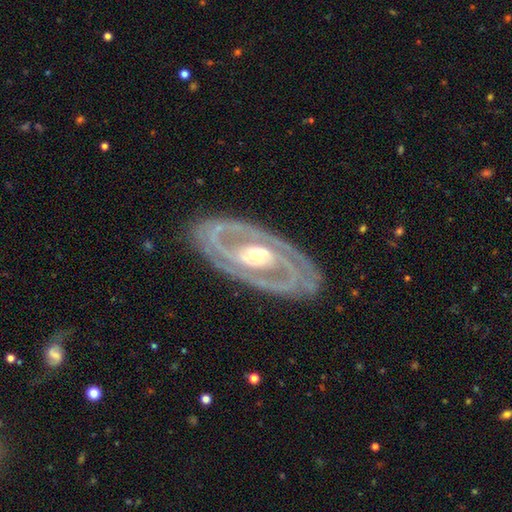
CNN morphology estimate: Q: Smooth or featured?
A: featured or disk (91%); runner-up: smooth (4%)
Q: Edge-on disk?
A: no (94%); runner-up: yes (6%)
Q: Bar?
A: no (45%); runner-up: weak (29%)
Q: Spiral arms?
A: yes (96%); runner-up: no (4%)
Q: Spiral winding?
A: tight (57%); runner-up: medium (37%)
Q: Spiral arm count?
A: 2 (87%); runner-up: can't tell (4%)
Q: Bulge size?
A: moderate (56%); runner-up: small (37%)
Q: Merging?
A: none (84%); runner-up: minor disturbance (11%)